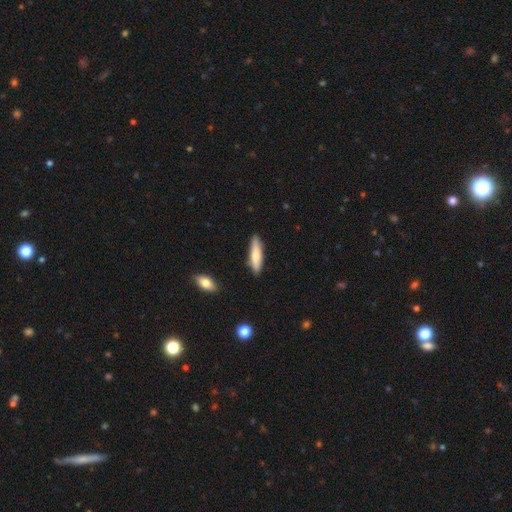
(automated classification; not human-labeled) Smooth or featured? Predicted: smooth (p=0.73). How rounded? Predicted: cigar-shaped (p=0.70). Merging? Predicted: none (p=0.86).